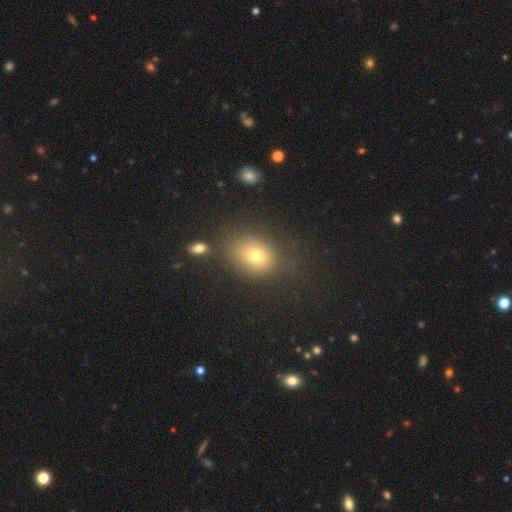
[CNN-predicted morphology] Overall: smooth (75%). How rounded: in between (59%; round 39%). Merging: none (67%).